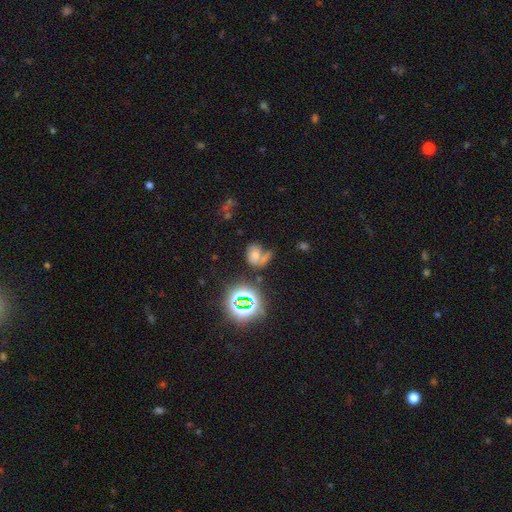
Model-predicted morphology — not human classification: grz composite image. It shows a star or artifact, not a galaxy (34%).